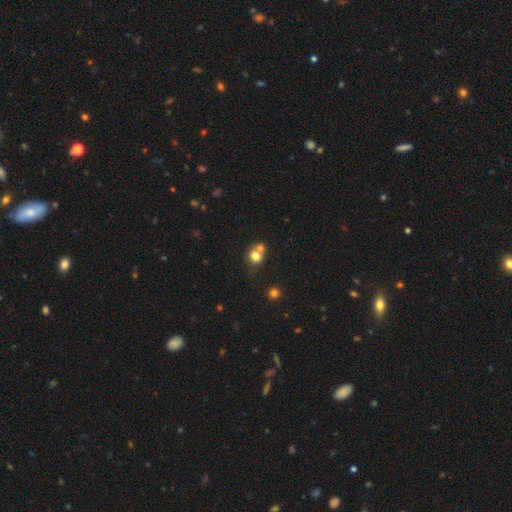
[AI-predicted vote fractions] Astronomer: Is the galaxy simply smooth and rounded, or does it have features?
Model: smooth — 75%.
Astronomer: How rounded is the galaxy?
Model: round — 79%.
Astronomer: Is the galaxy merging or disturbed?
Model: merger — 48% (runner-up: none, 39%).